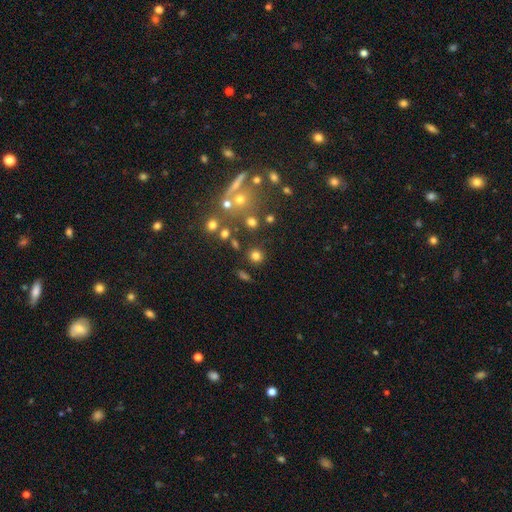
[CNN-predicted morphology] A smooth galaxy with no disk features (75%) that is round (91%).

Vote fractions:
- Smooth or featured? smooth: 75% / star or artifact: 17% / featured or disk: 7%
- How rounded? round: 91% / in between: 8% / cigar-shaped: 1%
- Merging? none: 83% / minor disturbance: 8% / merger: 6% / major disturbance: 4%